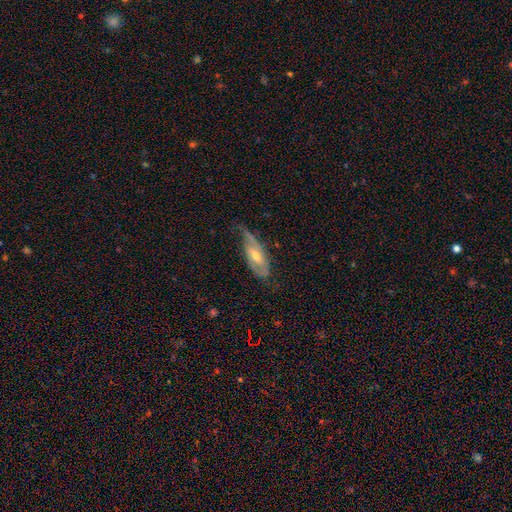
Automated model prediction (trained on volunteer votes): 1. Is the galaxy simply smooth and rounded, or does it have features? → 74% featured or disk, 19% smooth, 7% star or artifact.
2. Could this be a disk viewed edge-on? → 85% no, 15% yes.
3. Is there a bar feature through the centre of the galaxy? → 41% weak, 37% no, 22% strong.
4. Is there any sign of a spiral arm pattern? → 84% yes, 16% no.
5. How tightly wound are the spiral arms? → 40% medium, 31% tight, 28% loose.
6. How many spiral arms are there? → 65% 2, 16% can't tell, 14% 1, 2% 3, 1% 4, 1% more than 4.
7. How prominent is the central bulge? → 57% moderate, 38% small, 3% large, 2% none, 1% dominant.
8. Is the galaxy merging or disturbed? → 52% none, 29% minor disturbance, 17% major disturbance, 2% merger.